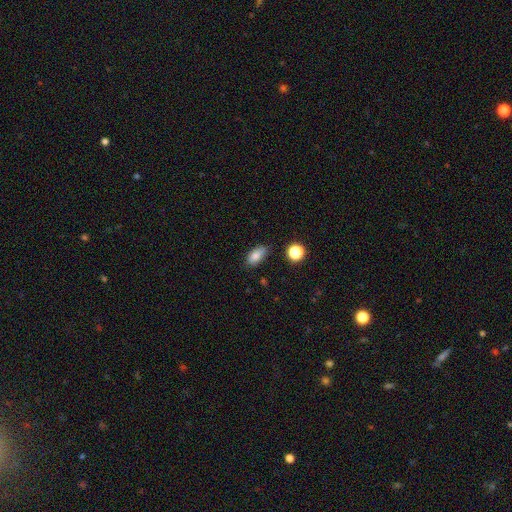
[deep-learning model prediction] Smooth or featured? Predicted: smooth (p=0.83). How rounded? Predicted: in between (p=0.87). Merging? Predicted: none (p=0.78).